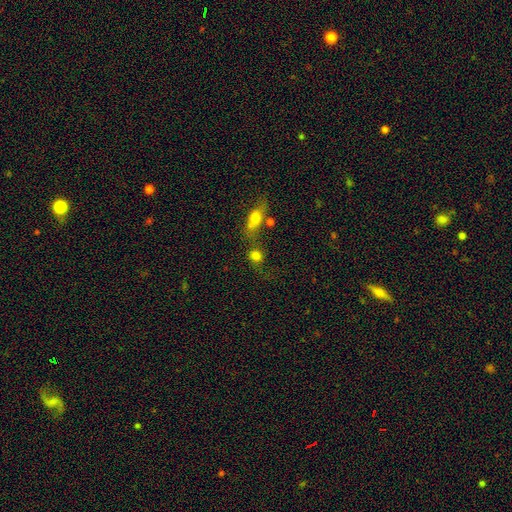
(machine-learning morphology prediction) smooth_or_featured: smooth (p=0.77) [alt: star or artifact p=0.13]
how_rounded: round (p=0.69) [alt: in between p=0.28]
merging: none (p=0.50) [alt: merger p=0.27]